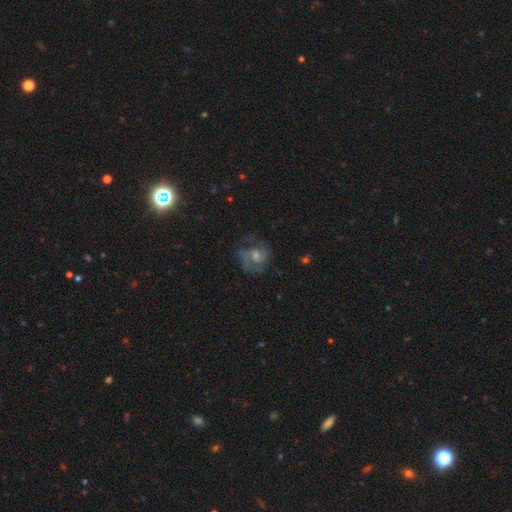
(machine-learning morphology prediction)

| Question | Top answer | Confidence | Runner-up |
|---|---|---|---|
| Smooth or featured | featured or disk | 71% | star or artifact (15%) |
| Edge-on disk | no | 98% | yes (2%) |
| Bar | no | 55% | weak (37%) |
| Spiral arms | yes | 92% | no (8%) |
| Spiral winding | medium | 50% | tight (34%) |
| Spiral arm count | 2 | 49% | can't tell (20%) |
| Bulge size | moderate | 49% | small (39%) |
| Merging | none | 69% | minor disturbance (17%) |